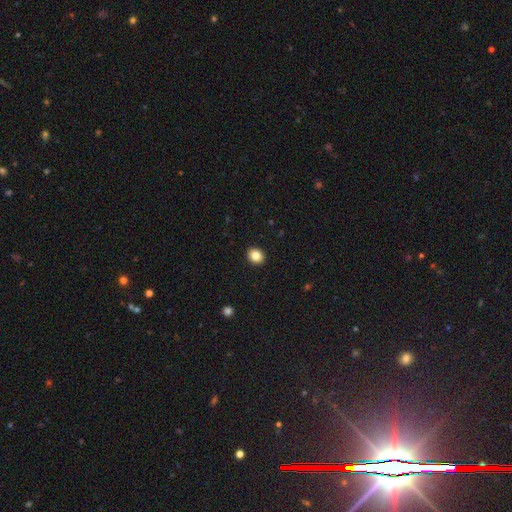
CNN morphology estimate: A smooth galaxy with no disk features (84%) that is round (67%). Merging: none (93%).